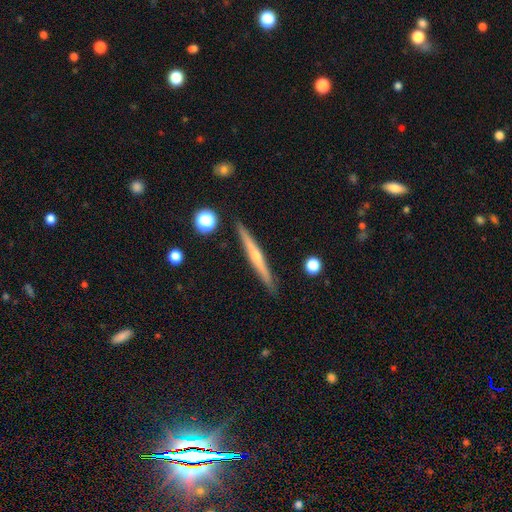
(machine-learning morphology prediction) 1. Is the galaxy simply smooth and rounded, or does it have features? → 65% featured or disk, 28% smooth, 7% star or artifact.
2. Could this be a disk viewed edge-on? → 97% yes, 3% no.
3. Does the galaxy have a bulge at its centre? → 67% rounded, 29% none, 4% boxy.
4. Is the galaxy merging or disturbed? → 91% none, 6% minor disturbance, 1% merger, 1% major disturbance.